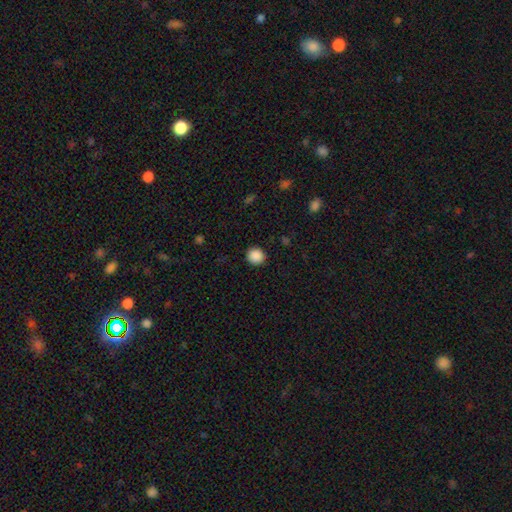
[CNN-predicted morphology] Smooth or featured?
  - smooth: 88% *
  - star or artifact: 9%
  - featured or disk: 2%
How rounded?
  - round: 92% *
  - in between: 7%
  - cigar-shaped: 1%
Merging?
  - none: 91% *
  - minor disturbance: 6%
  - major disturbance: 2%
  - merger: 1%